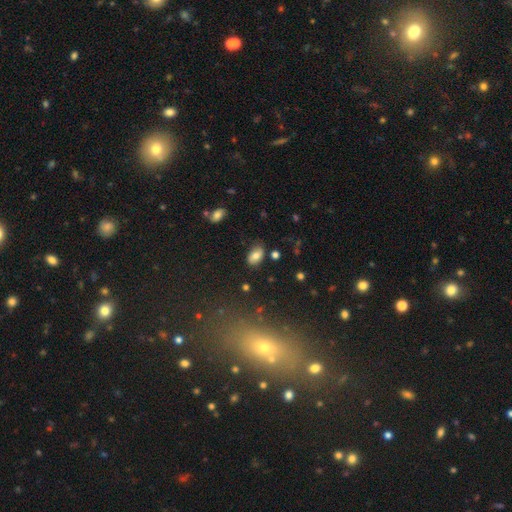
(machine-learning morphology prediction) A smooth galaxy with no disk features (76%) that is in between round and cigar-shaped (90%).

Vote fractions:
- Smooth or featured? smooth: 76% / featured or disk: 14% / star or artifact: 10%
- How rounded? in between: 90% / round: 8% / cigar-shaped: 2%
- Merging? none: 78% / minor disturbance: 16% / major disturbance: 4% / merger: 3%